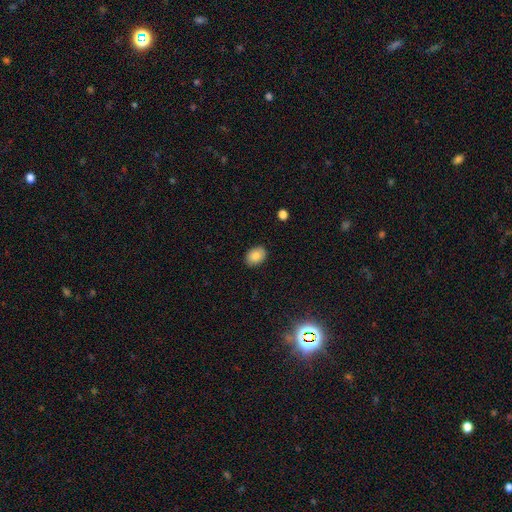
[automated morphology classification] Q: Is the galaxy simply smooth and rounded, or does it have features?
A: smooth — 84%.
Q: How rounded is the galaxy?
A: in between — 71%.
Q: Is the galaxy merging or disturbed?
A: none — 88%.